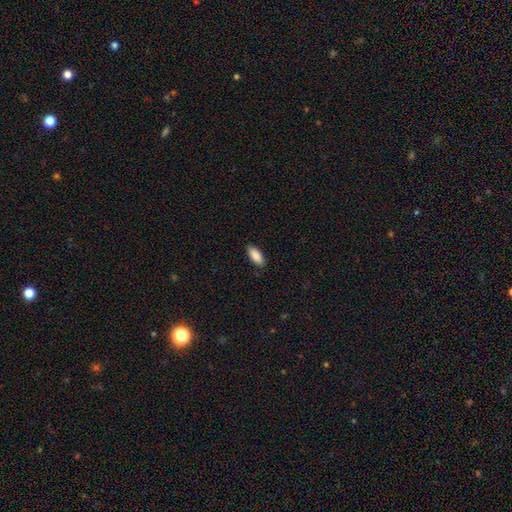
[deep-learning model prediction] smooth-or-featured: smooth: 89% | star or artifact: 6% | featured or disk: 5%
  how-rounded: in between: 84% | cigar-shaped: 14% | round: 2%
  merging: none: 88% | minor disturbance: 9% | major disturbance: 2% | merger: 1%